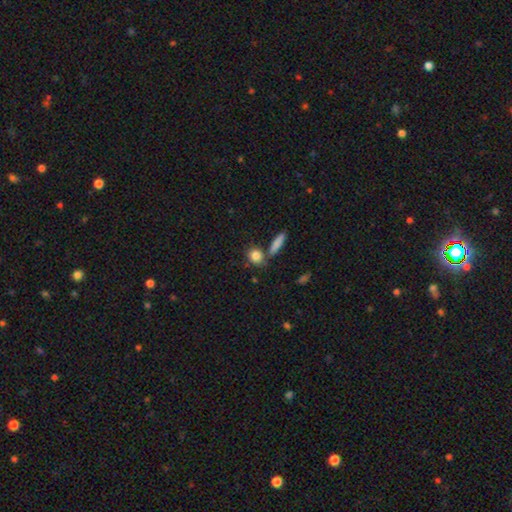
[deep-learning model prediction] The model was most divided on "how rounded": round: 56%, in between: 35%, cigar-shaped: 9%. More confident: smooth or featured — smooth (84%); merging — none (67%).